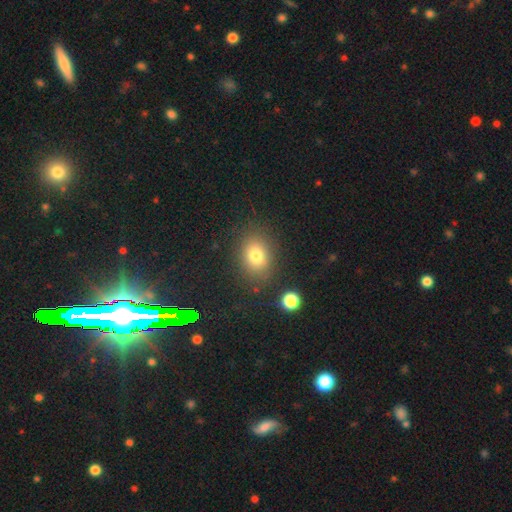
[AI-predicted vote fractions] Q: Smooth or featured?
A: smooth (77%); runner-up: star or artifact (13%)
Q: How rounded?
A: in between (56%); runner-up: round (43%)
Q: Merging?
A: none (82%); runner-up: minor disturbance (11%)